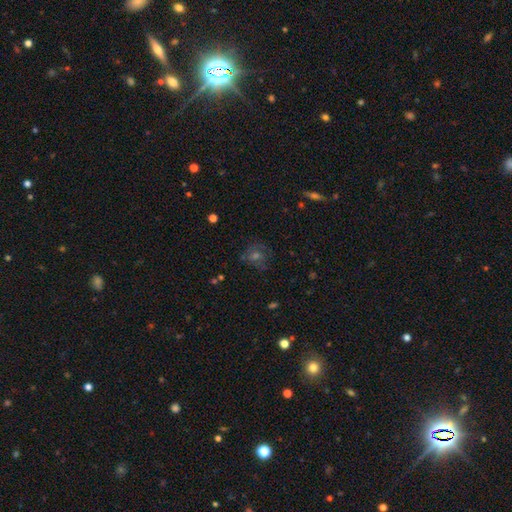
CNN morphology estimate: Smooth or featured? Predicted: smooth (p=0.35). Merging? Predicted: none (p=0.73).